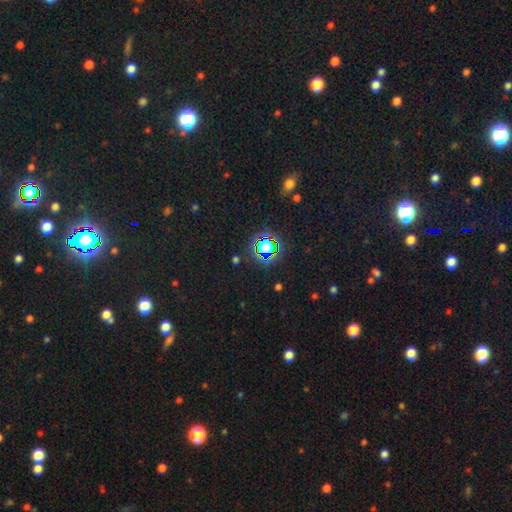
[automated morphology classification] smooth_or_featured: star or artifact (p=0.78) [alt: smooth p=0.14]